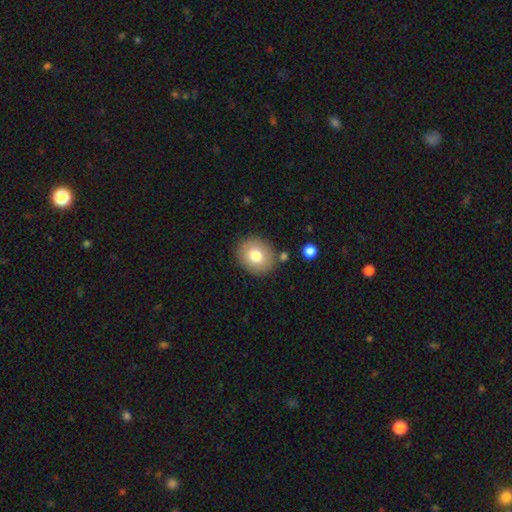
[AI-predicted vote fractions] This is likely a smooth galaxy (76%). How rounded: likely round (63%). Merging: clearly none (82%).